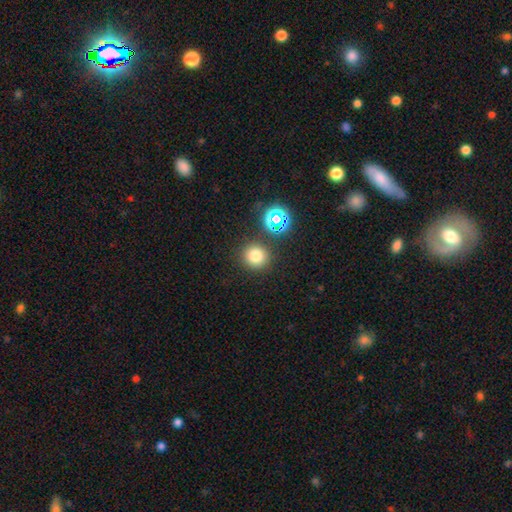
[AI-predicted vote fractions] This is likely a smooth galaxy (75%). How rounded: clearly round (91%). Merging: clearly none (86%).